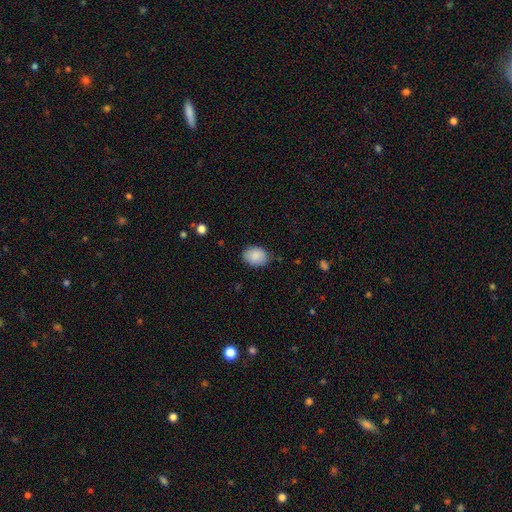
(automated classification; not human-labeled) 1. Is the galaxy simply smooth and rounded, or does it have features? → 89% smooth, 7% star or artifact, 4% featured or disk.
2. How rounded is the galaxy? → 69% in between, 30% round, 1% cigar-shaped.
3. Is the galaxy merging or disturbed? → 78% none, 17% minor disturbance, 3% major disturbance, 1% merger.